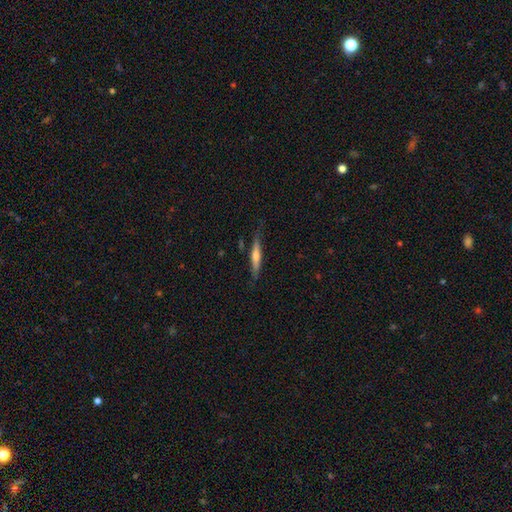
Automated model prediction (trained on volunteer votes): Smooth or featured: featured or disk — 55% (smooth — 39%)
Edge-on disk: yes — 95% (no — 5%)
Edge-on bulge: rounded — 65% (none — 22%)
Merging: none — 80% (minor disturbance — 15%)